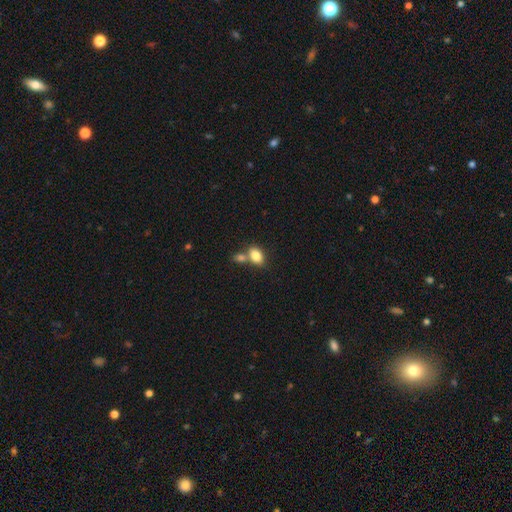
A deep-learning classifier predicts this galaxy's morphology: A smooth galaxy with no disk features (83%) that is in between round and cigar-shaped (83%).

Vote fractions:
- Smooth or featured? smooth: 83% / featured or disk: 8% / star or artifact: 8%
- How rounded? in between: 83% / round: 16% / cigar-shaped: 2%
- Merging? none: 45% / merger: 41% / minor disturbance: 10% / major disturbance: 4%